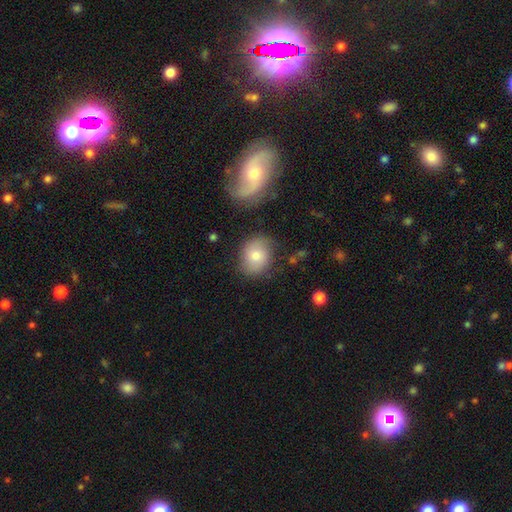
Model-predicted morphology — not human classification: type=smooth (71%); roundness=round (52%); merging=none (77%).